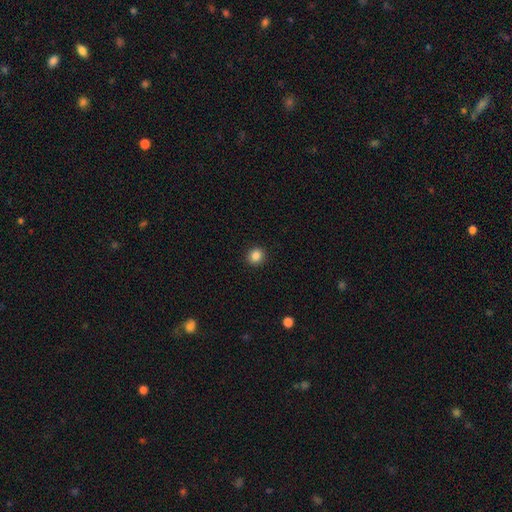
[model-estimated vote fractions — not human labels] Smooth or featured? Predicted: smooth (p=0.86). How rounded? Predicted: round (p=0.83). Merging? Predicted: none (p=0.92).